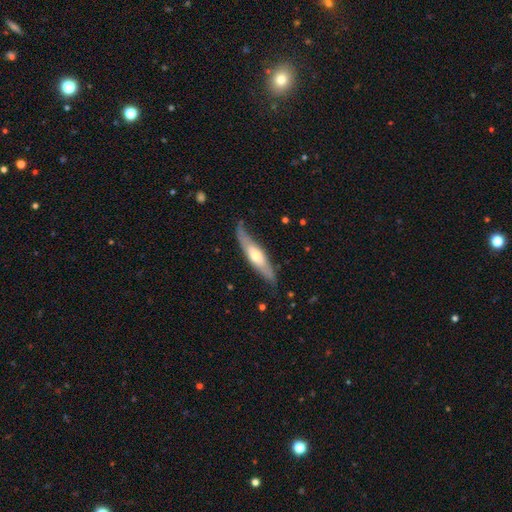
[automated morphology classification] A featured or disk galaxy (52%) viewed edge-on (74%). Merging: none (74%).